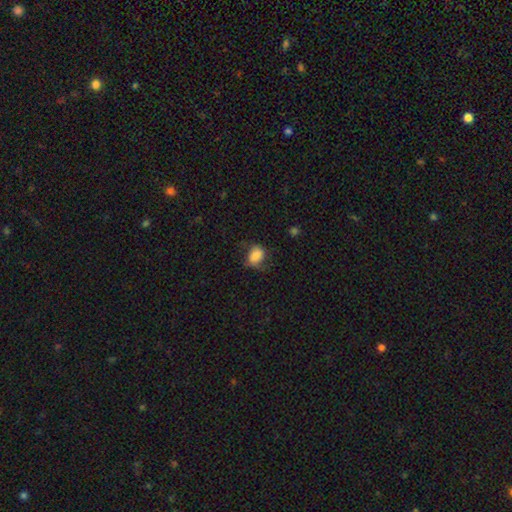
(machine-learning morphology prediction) smooth-or-featured: smooth: 74% | featured or disk: 16% | star or artifact: 10%
  how-rounded: in between: 68% | round: 31% | cigar-shaped: 1%
  merging: none: 49% | minor disturbance: 29% | major disturbance: 20% | merger: 2%